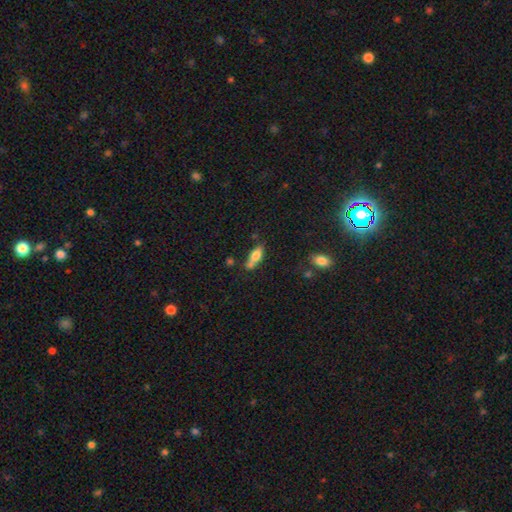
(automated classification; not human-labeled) Morphology: type=smooth (73%); roundness=in between (73%); merging=none (45%).